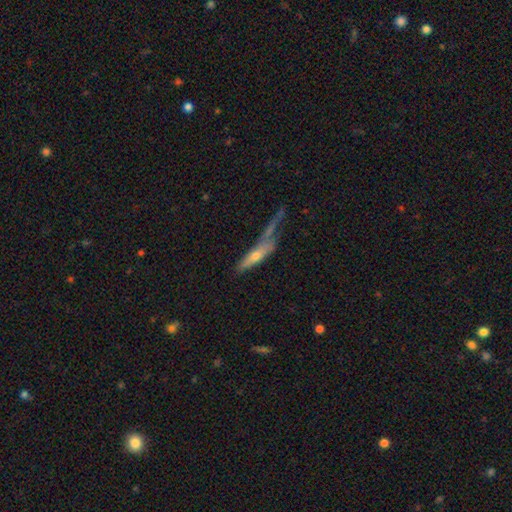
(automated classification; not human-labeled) The model was most divided on "smooth or featured": smooth: 48%, featured or disk: 44%, star or artifact: 8%. Remaining: merging — none (32%).